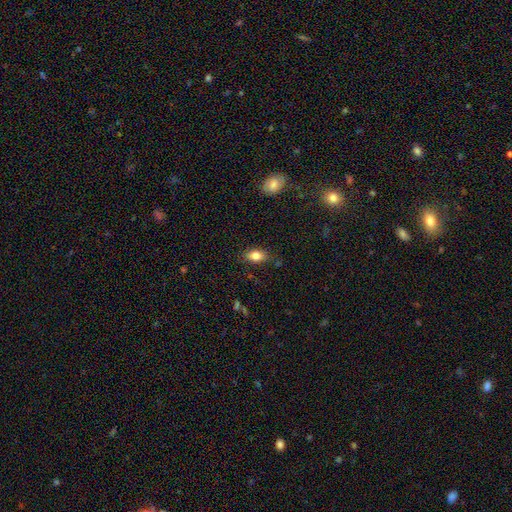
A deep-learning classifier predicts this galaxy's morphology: smooth_or_featured: smooth (p=0.81) [alt: featured or disk p=0.10]
how_rounded: in between (p=0.87) [alt: round p=0.08]
merging: none (p=0.80) [alt: minor disturbance p=0.15]